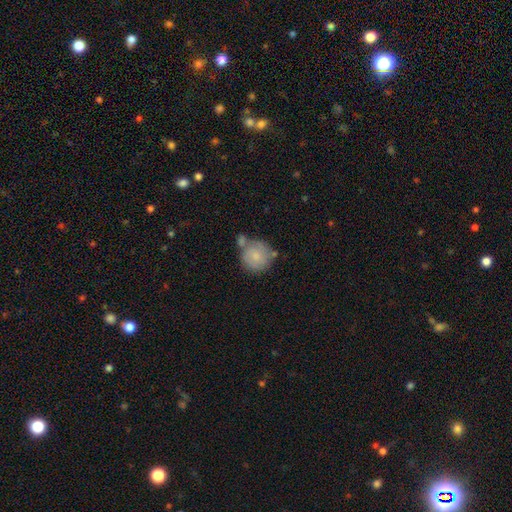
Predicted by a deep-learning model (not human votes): Smooth or featured? smooth (74%)
How rounded? round (90%)
Merging? none (51%)